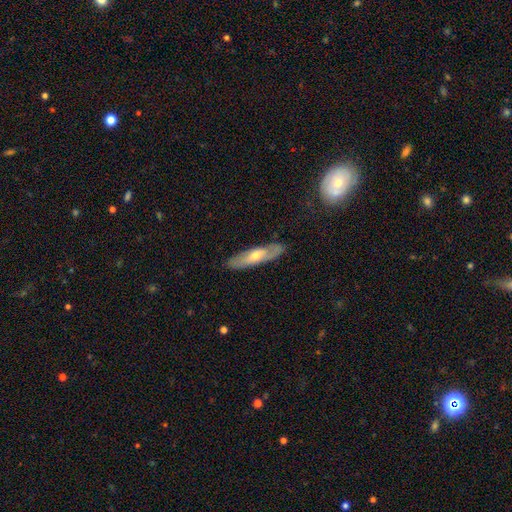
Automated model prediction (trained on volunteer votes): smooth_or_featured: featured or disk (p=0.55) [alt: smooth p=0.39]
disk_edge_on: no (p=0.52) [alt: yes p=0.48]
merging: none (p=0.81) [alt: minor disturbance p=0.14]